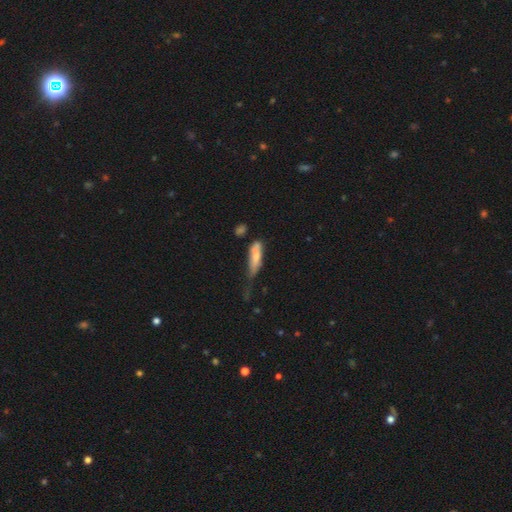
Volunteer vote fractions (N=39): Volunteers were most divided on "merging": minor disturbance: 36%, major disturbance: 28%, none: 25%, merger: 11%. More confident: how rounded — cigar-shaped (76%); smooth or featured — smooth (74%).